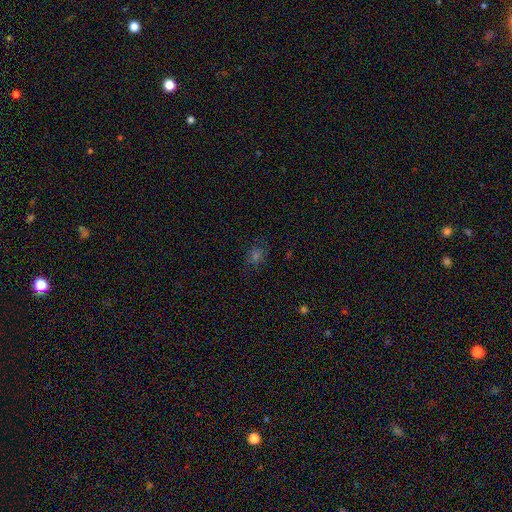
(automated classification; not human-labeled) Smooth or featured? smooth (53%)
How rounded? round (68%)
Merging? none (80%)